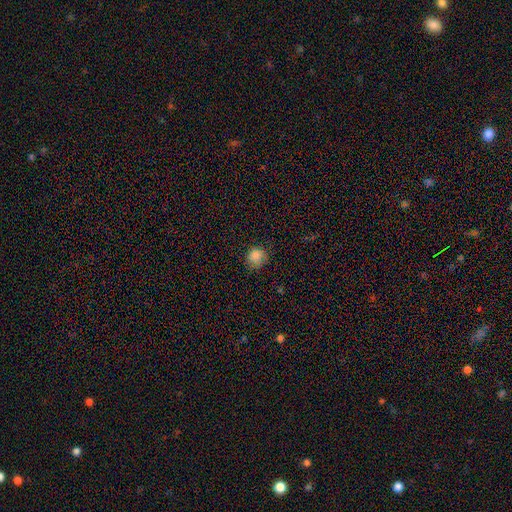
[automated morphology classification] A smooth galaxy with no disk features (85%) that is round (84%). Merging: none (73%).